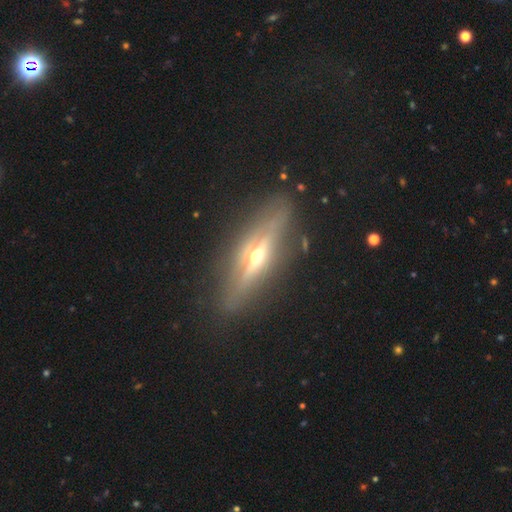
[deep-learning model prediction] Smooth or featured?
  - featured or disk: 75% *
  - smooth: 18%
  - star or artifact: 7%
Edge-on disk?
  - yes: 89% *
  - no: 11%
Edge-on bulge?
  - rounded: 93% *
  - none: 4%
  - boxy: 3%
Merging?
  - none: 80% *
  - minor disturbance: 13%
  - major disturbance: 5%
  - merger: 2%